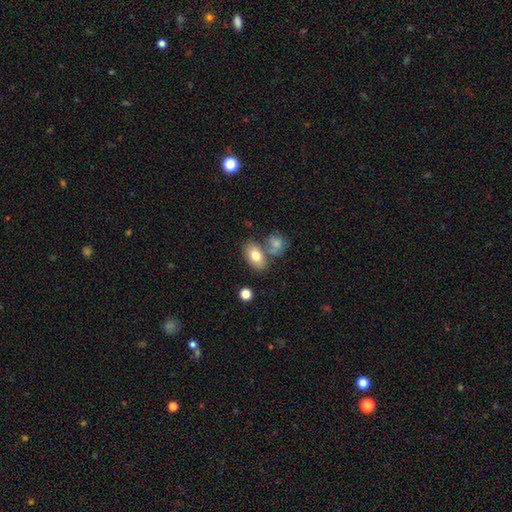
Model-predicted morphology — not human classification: This appears to be a smooth galaxy with no disk features (78%) that is in between round and cigar-shaped (89%). Merging: none (60%).